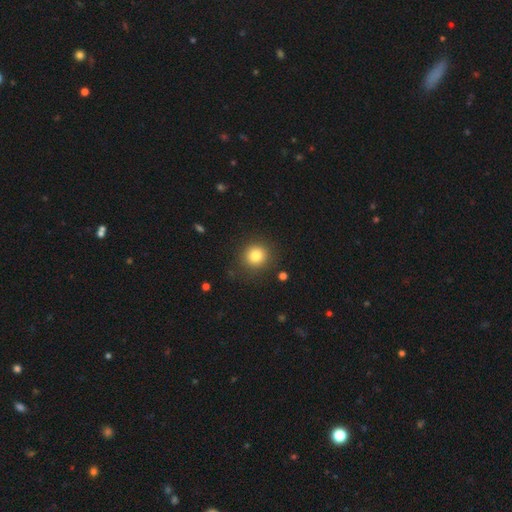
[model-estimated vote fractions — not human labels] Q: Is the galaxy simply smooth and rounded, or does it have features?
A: smooth — 82%.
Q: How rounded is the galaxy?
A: round — 89%.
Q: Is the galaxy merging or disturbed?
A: none — 86%.